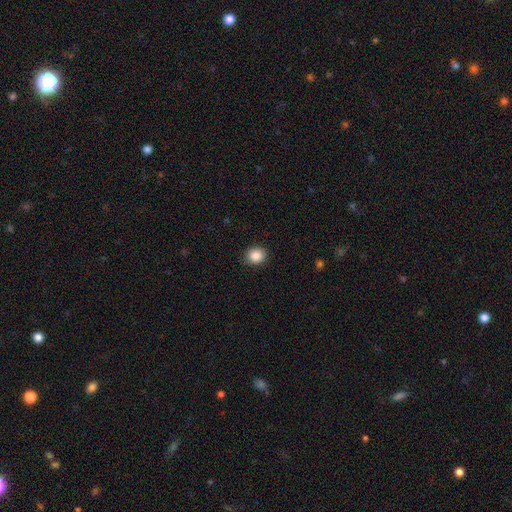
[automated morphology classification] Overall: smooth (87%). How rounded: round (73%). Merging: none (90%).